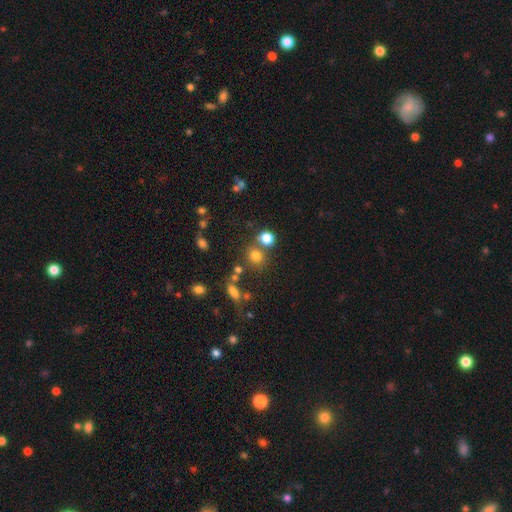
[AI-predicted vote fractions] The model was most divided on "merging": none: 64%, merger: 21%, minor disturbance: 10%, major disturbance: 5%. More confident: how rounded — round (83%); smooth or featured — smooth (74%).